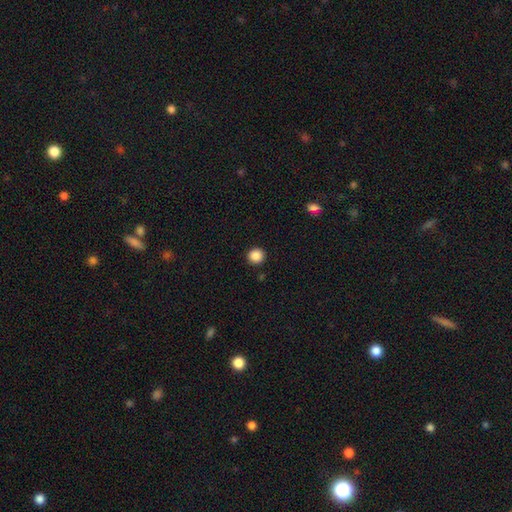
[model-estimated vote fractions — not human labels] smooth_or_featured: smooth (p=0.87) [alt: star or artifact p=0.10]
how_rounded: round (p=0.93) [alt: in between p=0.06]
merging: none (p=0.92) [alt: minor disturbance p=0.05]